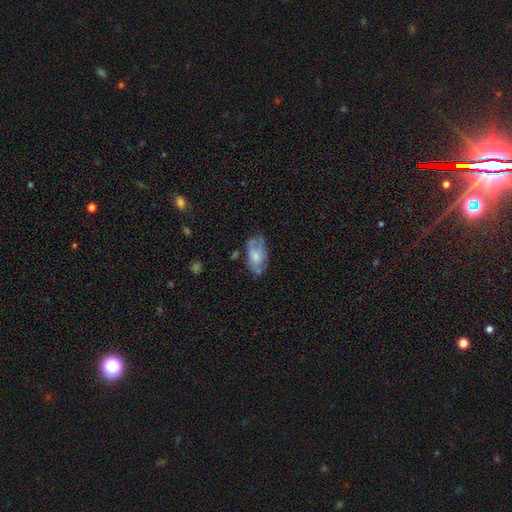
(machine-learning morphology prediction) type=smooth (52%); roundness=in between (91%); merging=none (53%).